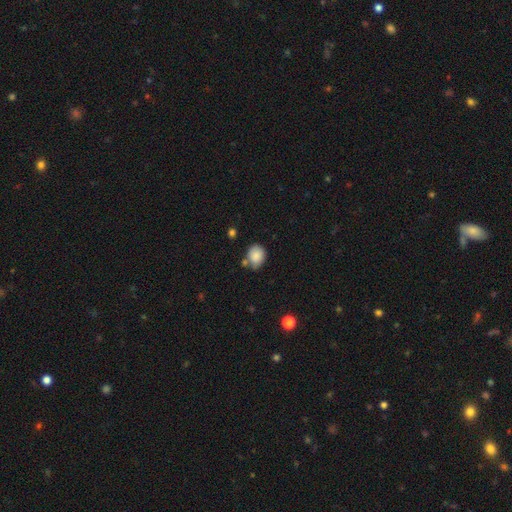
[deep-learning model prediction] A smooth galaxy with no disk features (85%) that is round (57%). Merging: none (63%).